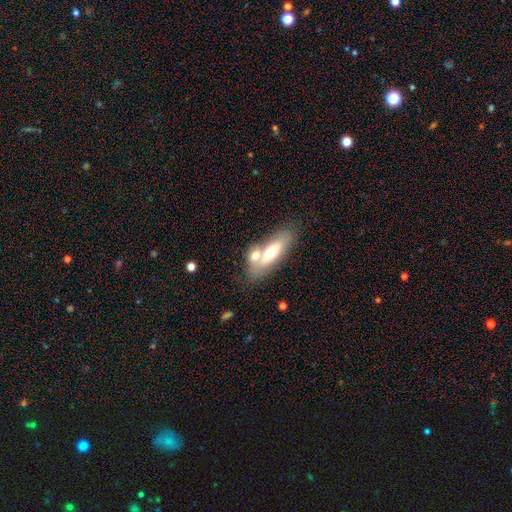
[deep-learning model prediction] Smooth or featured: smooth — 56% (featured or disk — 37%)
How rounded: in between — 64% (cigar-shaped — 30%)
Merging: none — 43% (merger — 42%)